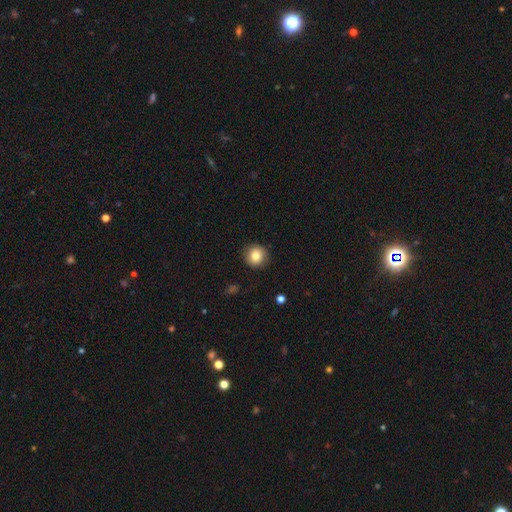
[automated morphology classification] smooth 82%, star or artifact 9%, featured or disk 8%. Down the decision tree: how rounded — round (92%); merging — none (89%).